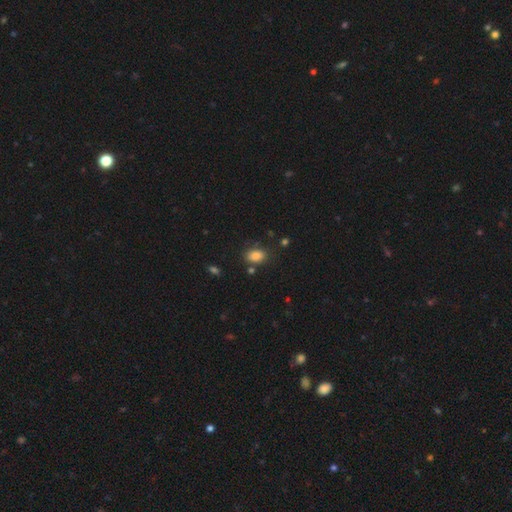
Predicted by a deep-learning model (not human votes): This is clearly a smooth galaxy (85%). How rounded: clearly in between (80%). Merging: likely none (77%).